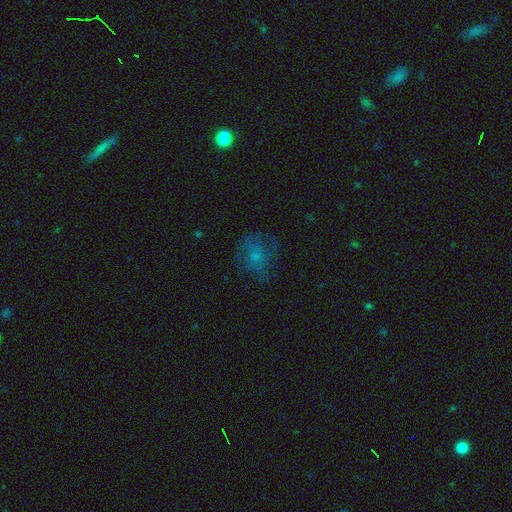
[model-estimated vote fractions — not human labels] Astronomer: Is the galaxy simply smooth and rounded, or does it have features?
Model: smooth — 48% (runner-up: featured or disk, 35%).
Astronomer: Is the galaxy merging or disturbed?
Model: none — 63%.